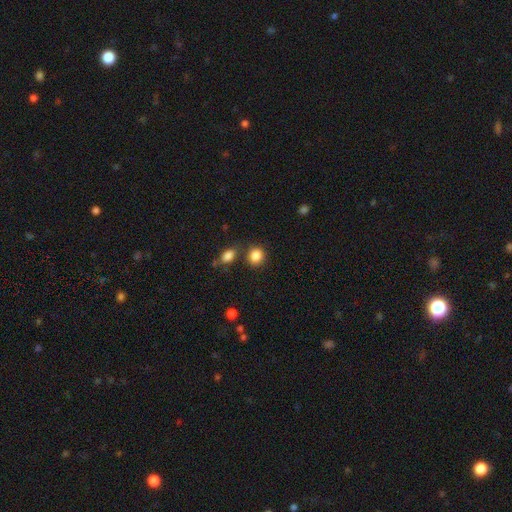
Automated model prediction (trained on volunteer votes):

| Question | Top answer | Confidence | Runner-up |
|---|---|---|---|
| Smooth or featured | smooth | 86% | star or artifact (9%) |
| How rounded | round | 72% | in between (26%) |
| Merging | none | 75% | merger (11%) |